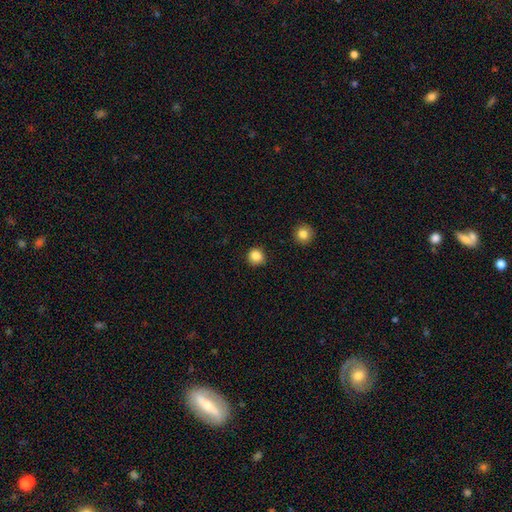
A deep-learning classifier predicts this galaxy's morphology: smooth_or_featured: smooth (p=0.86) [alt: star or artifact p=0.11]
how_rounded: round (p=0.90) [alt: in between p=0.09]
merging: none (p=0.89) [alt: minor disturbance p=0.07]